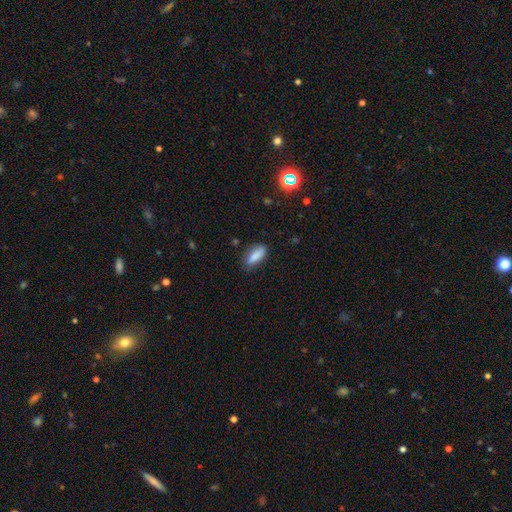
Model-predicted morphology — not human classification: Overall: smooth (85%). How rounded: in between (72%). Merging: none (77%).